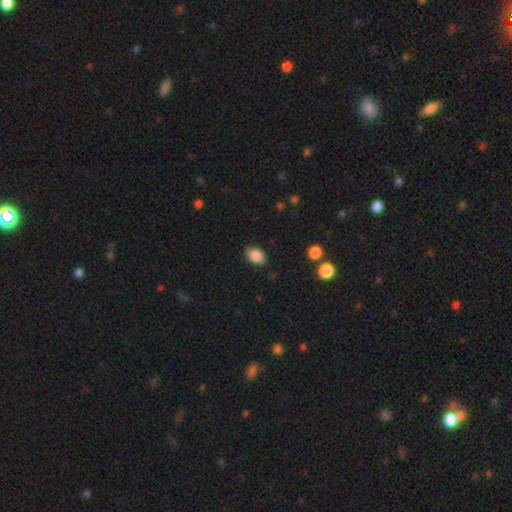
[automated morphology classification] Smooth or featured? Predicted: smooth (p=0.87). How rounded? Predicted: in between (p=0.87). Merging? Predicted: none (p=0.86).